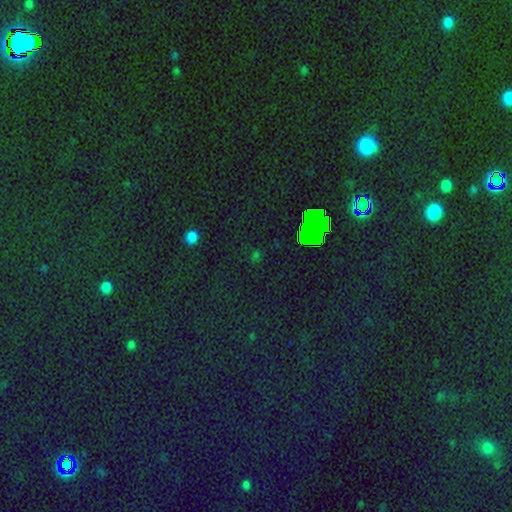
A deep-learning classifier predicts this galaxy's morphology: Smooth or featured? star or artifact (79%)